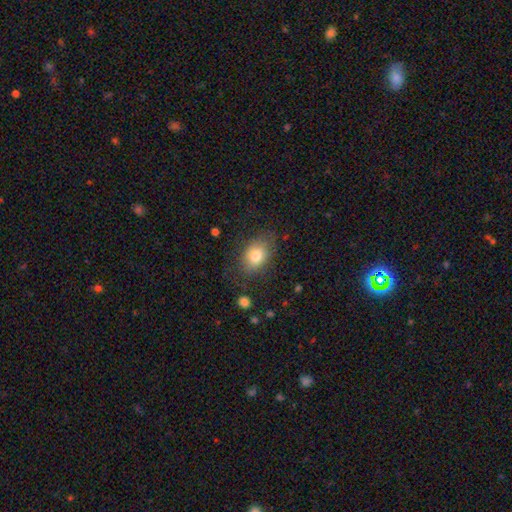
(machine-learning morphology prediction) The model was most divided on "merging": none: 74%, minor disturbance: 18%, major disturbance: 7%, merger: 2%. More confident: how rounded — in between (80%); smooth or featured — smooth (78%).